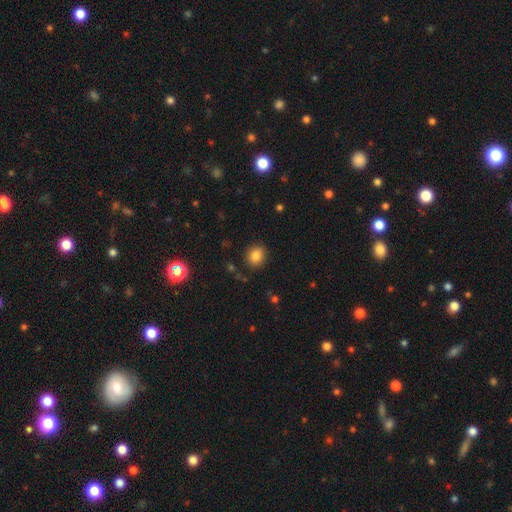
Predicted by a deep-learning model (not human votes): Overall: smooth (83%). How rounded: round (72%). Merging: none (88%).